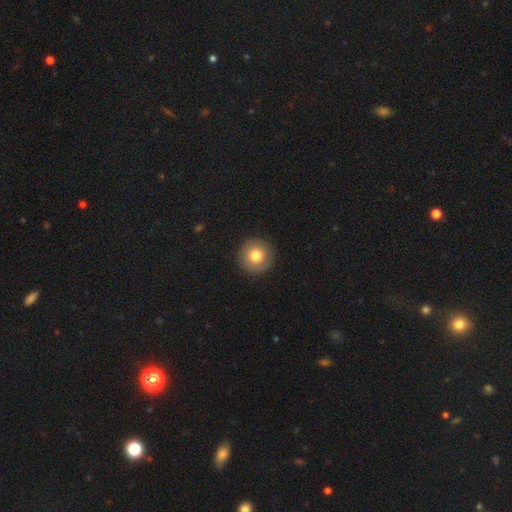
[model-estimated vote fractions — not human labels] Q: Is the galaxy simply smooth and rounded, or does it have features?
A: smooth — 78%.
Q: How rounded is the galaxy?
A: round — 96%.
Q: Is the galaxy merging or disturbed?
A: none — 92%.